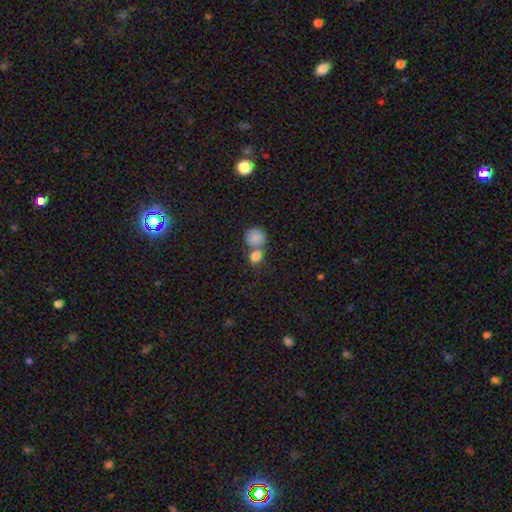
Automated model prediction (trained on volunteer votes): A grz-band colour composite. It shows a smooth galaxy with no disk features (82%) that is round (62%). Merging: merger (52%).